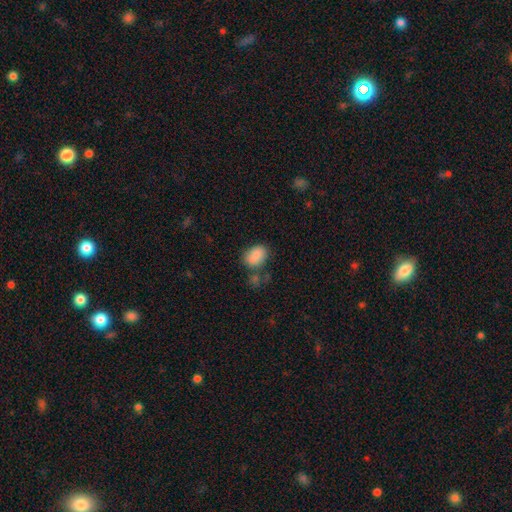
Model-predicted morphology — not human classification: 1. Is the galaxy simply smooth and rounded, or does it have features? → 86% smooth, 8% star or artifact, 6% featured or disk.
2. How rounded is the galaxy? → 81% in between, 17% round, 1% cigar-shaped.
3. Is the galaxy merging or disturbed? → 62% none, 18% minor disturbance, 14% merger, 6% major disturbance.